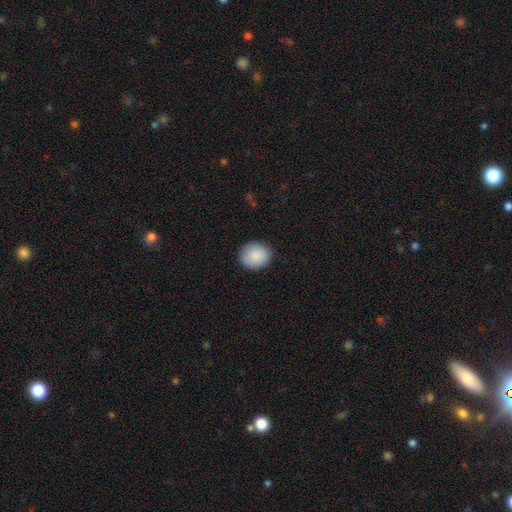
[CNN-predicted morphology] smooth 89%, star or artifact 7%, featured or disk 4%. Down the decision tree: how rounded — round (77%); merging — none (89%).